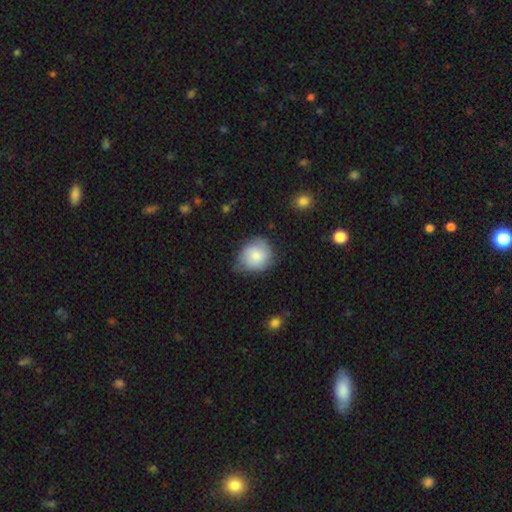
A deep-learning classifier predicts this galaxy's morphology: Smooth or featured? smooth (69%)
How rounded? round (76%)
Merging? none (55%)